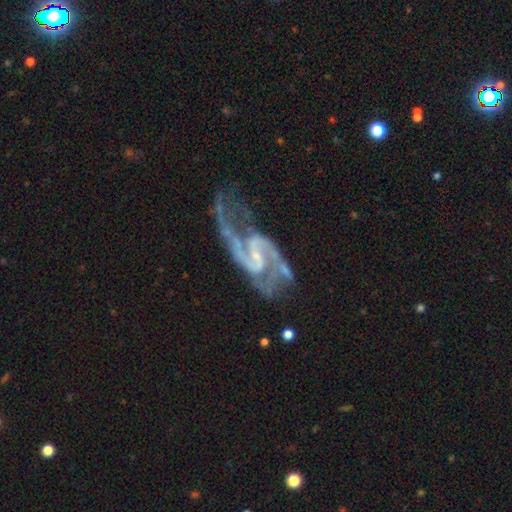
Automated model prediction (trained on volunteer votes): The model was most divided on "merging": none: 39%, major disturbance: 32%, minor disturbance: 22%, merger: 7%. More confident: spiral arms — yes (98%); edge-on disk — no (98%); smooth or featured — featured or disk (93%); spiral arm count — 2 (90%); bulge size — small (68%); bar — weak (52%); spiral winding — medium (51%).